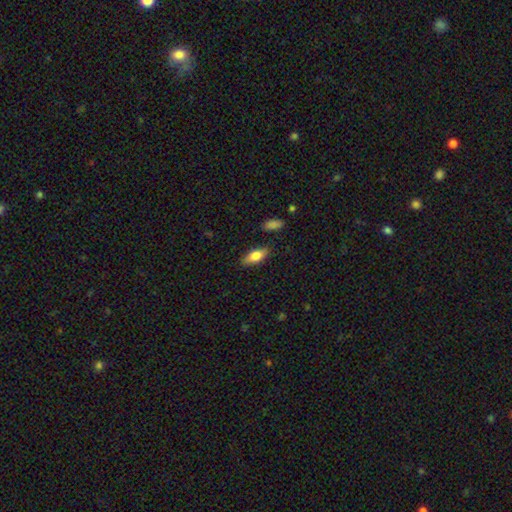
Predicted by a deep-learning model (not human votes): smooth-or-featured: smooth: 79% | featured or disk: 14% | star or artifact: 7%
  how-rounded: in between: 79% | cigar-shaped: 18% | round: 3%
  merging: none: 83% | minor disturbance: 12% | major disturbance: 3% | merger: 2%